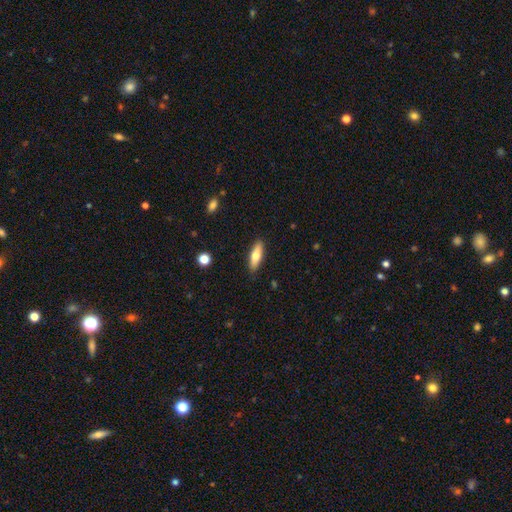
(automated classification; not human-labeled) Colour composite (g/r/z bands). It shows a smooth galaxy with no disk features (64%) that is cigar-shaped (53%). Merging: none (89%).